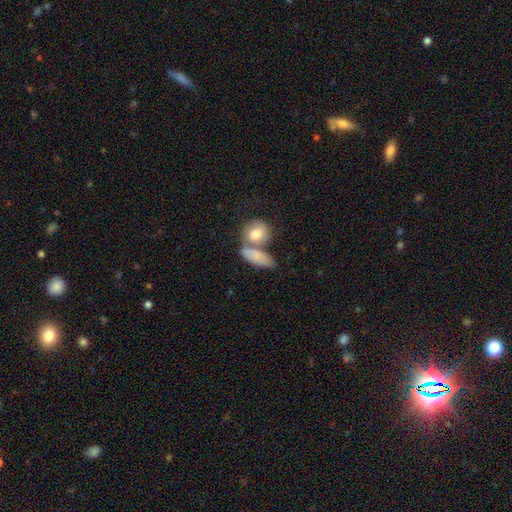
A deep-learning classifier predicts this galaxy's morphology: This appears to be a smooth galaxy with no disk features (77%) that is in between round and cigar-shaped (68%). Merging: merger (44%).